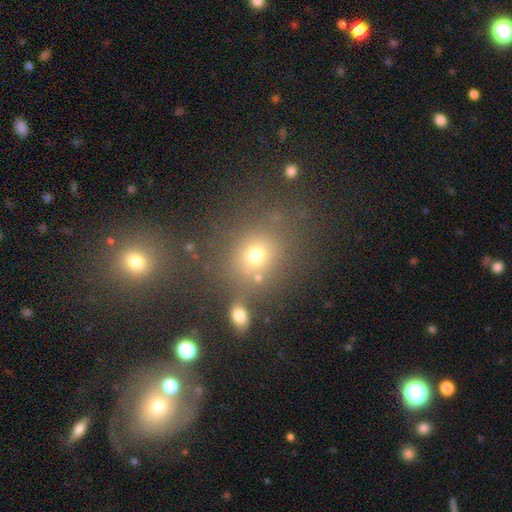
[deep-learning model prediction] Smooth or featured: smooth — 67% (star or artifact — 21%)
How rounded: round — 73% (in between — 26%)
Merging: none — 69% (merger — 13%)